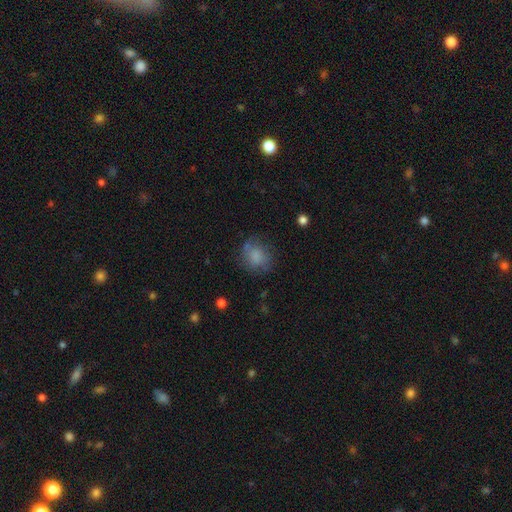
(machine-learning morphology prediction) smooth_or_featured: smooth (p=0.76) [alt: featured or disk p=0.13]
how_rounded: round (p=0.68) [alt: in between p=0.30]
merging: none (p=0.62) [alt: minor disturbance p=0.23]